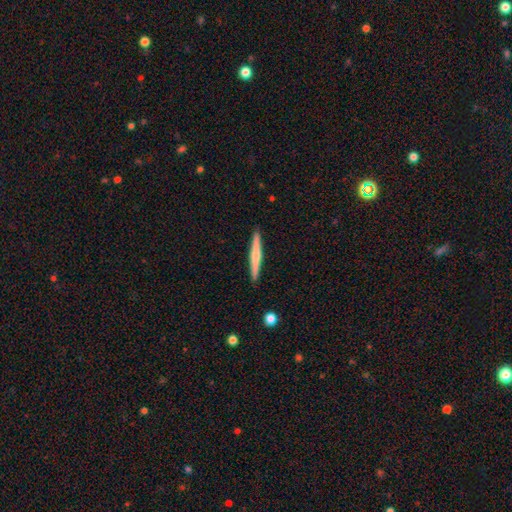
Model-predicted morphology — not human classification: This appears to be a smooth galaxy with no disk features (47%, tied with featured or disk). Merging: none (92%).